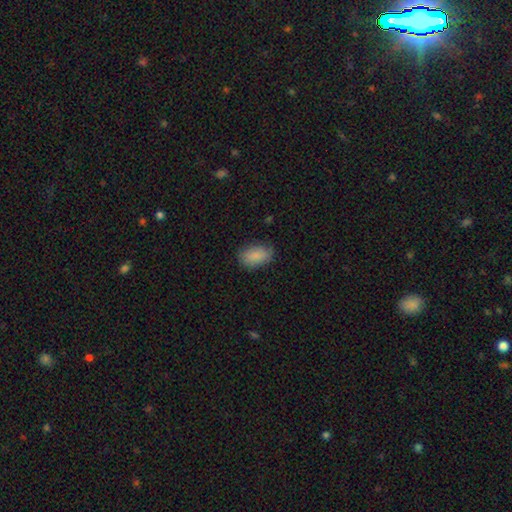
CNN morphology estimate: Smooth or featured? Predicted: smooth (p=0.87). How rounded? Predicted: in between (p=0.91). Merging? Predicted: none (p=0.80).